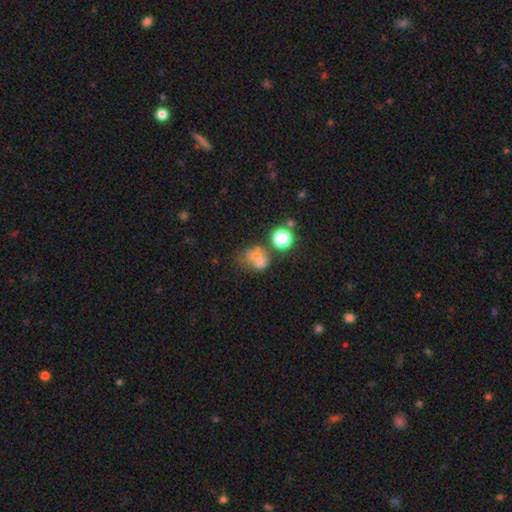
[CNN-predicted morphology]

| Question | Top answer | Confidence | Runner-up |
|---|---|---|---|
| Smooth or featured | smooth | 55% | featured or disk (23%) |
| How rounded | round | 57% | in between (42%) |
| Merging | merger | 38% | none (30%) |